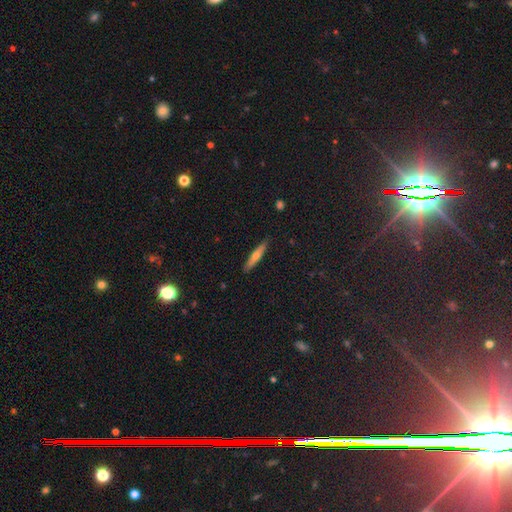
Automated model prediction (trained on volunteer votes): Smooth or featured: smooth — 46% (tied with featured or disk — 46%)
Merging: none — 90% (minor disturbance — 8%)